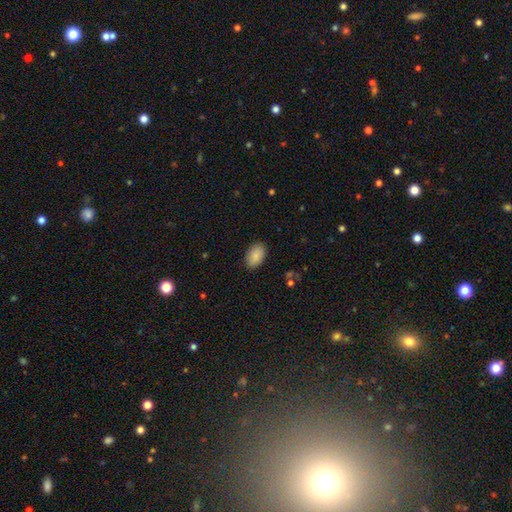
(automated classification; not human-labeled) A smooth galaxy with no disk features (89%) that is in between round and cigar-shaped (93%). Merging: none (87%).